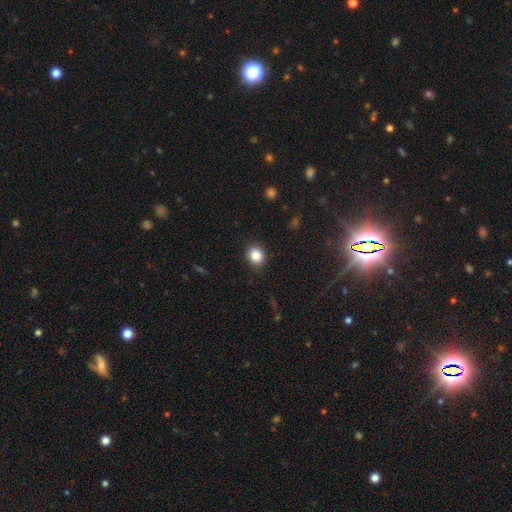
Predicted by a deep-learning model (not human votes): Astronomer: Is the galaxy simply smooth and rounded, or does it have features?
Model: smooth — 85%.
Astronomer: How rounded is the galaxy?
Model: round — 63%.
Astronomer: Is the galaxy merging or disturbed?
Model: none — 88%.